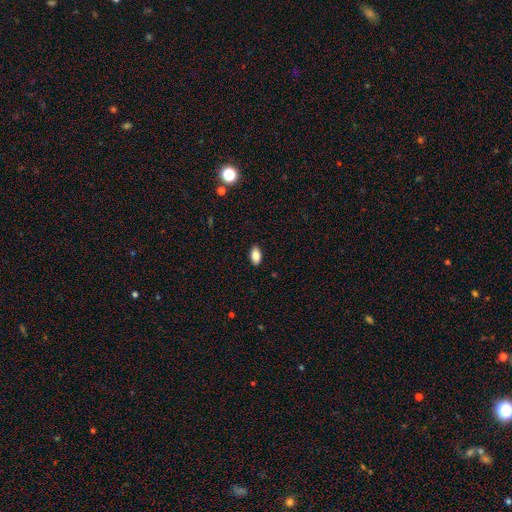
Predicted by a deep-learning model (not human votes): Smooth or featured? smooth (86%)
How rounded? in between (93%)
Merging? none (89%)